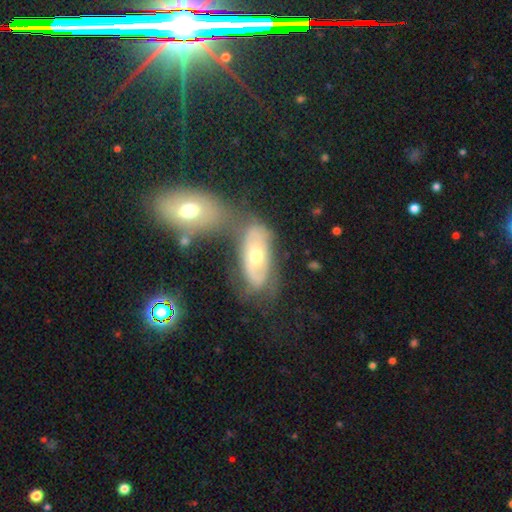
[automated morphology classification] Smooth or featured: featured or disk — 60% (smooth — 31%)
Edge-on disk: no — 87% (yes — 13%)
Bar: no — 80% (weak — 15%)
Spiral arms: yes — 54% (no — 46%)
Bulge size: moderate — 70% (small — 23%)
Merging: none — 40% (merger — 31%)